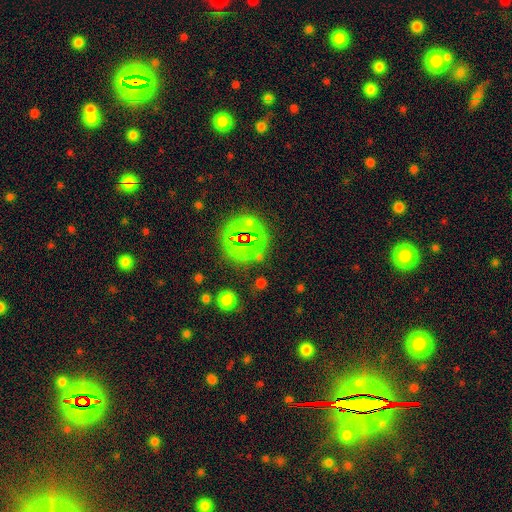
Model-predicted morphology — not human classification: A star or artifact, not a galaxy (71%).

Vote fractions:
- Smooth or featured? star or artifact: 71% / smooth: 20% / featured or disk: 9%